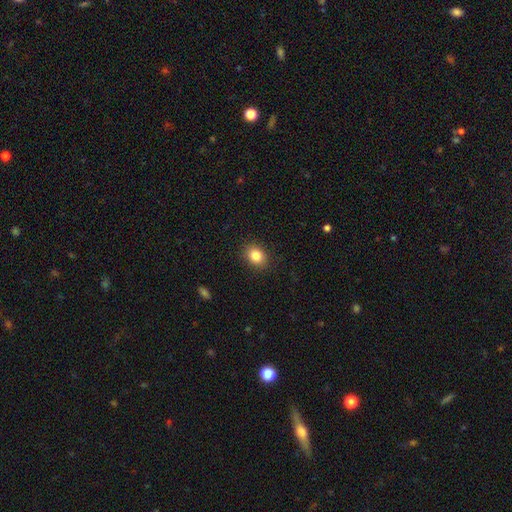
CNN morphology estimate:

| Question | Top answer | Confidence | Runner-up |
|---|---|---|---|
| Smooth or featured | smooth | 85% | star or artifact (9%) |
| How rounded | in between | 59% | round (40%) |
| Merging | none | 89% | minor disturbance (8%) |